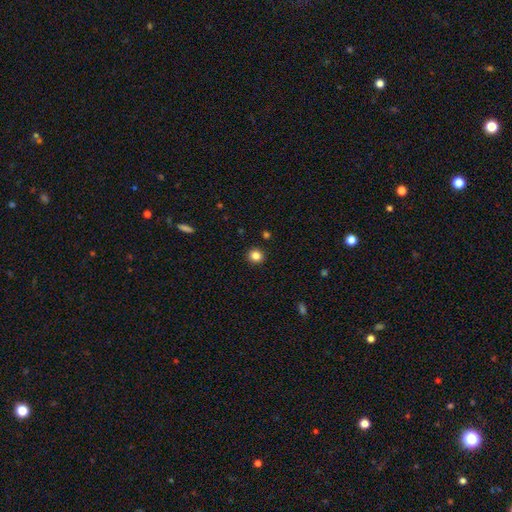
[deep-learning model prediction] This is clearly a smooth galaxy (84%). How rounded: clearly round (90%). Merging: clearly none (92%).